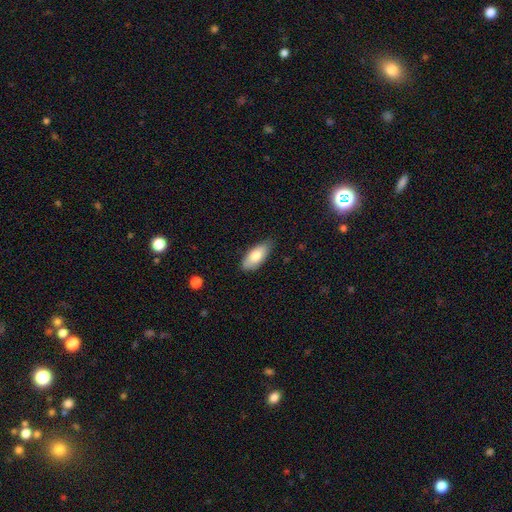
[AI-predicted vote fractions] Smooth or featured?
  - smooth: 76% *
  - featured or disk: 18%
  - star or artifact: 6%
How rounded?
  - in between: 86% *
  - cigar-shaped: 12%
  - round: 2%
Merging?
  - none: 79% *
  - minor disturbance: 17%
  - major disturbance: 2%
  - merger: 1%